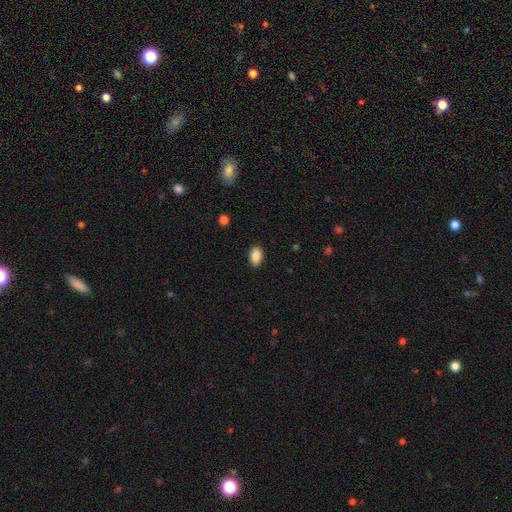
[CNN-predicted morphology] Smooth or featured: smooth — 89% (star or artifact — 8%)
How rounded: in between — 91% (round — 8%)
Merging: none — 89% (minor disturbance — 8%)